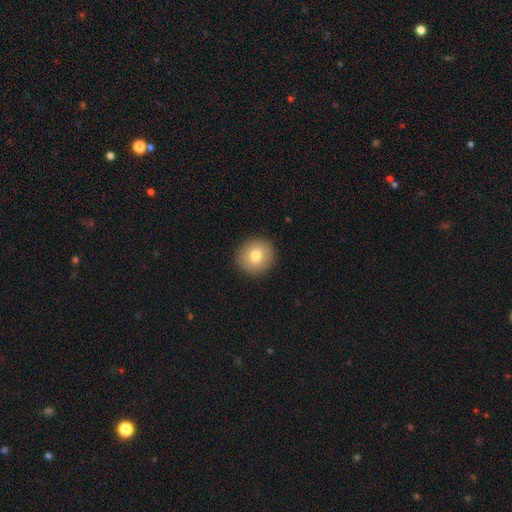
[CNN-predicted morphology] The model was most divided on "smooth or featured": smooth: 77%, featured or disk: 14%, star or artifact: 9%. More confident: merging — none (91%); how rounded — round (90%).